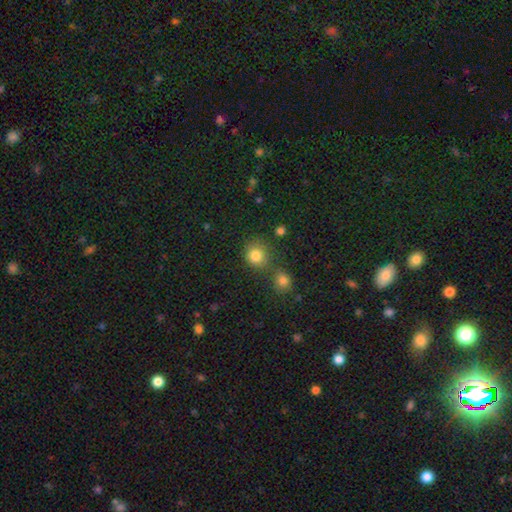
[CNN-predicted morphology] Smooth or featured? smooth (81%)
How rounded? round (87%)
Merging? none (68%)